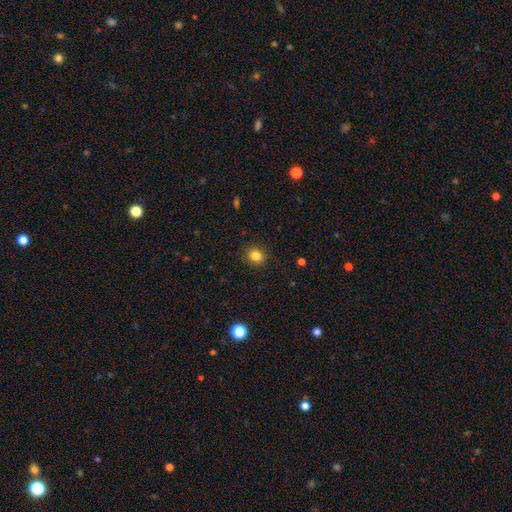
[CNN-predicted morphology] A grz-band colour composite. It shows a smooth galaxy with no disk features (83%) that is round (71%). Merging: none (90%).